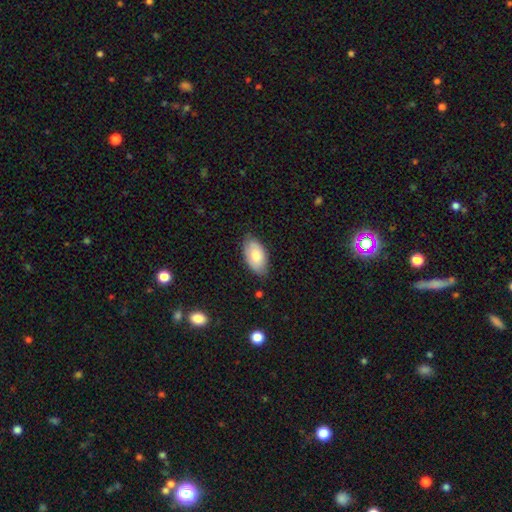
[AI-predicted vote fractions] A smooth galaxy with no disk features (78%) that is in between round and cigar-shaped (95%). Merging: none (75%).